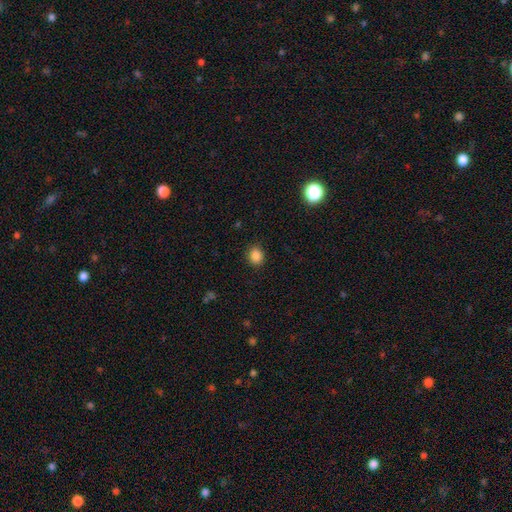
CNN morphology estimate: Smooth or featured? Predicted: smooth (p=0.85). How rounded? Predicted: round (p=0.68). Merging? Predicted: none (p=0.89).